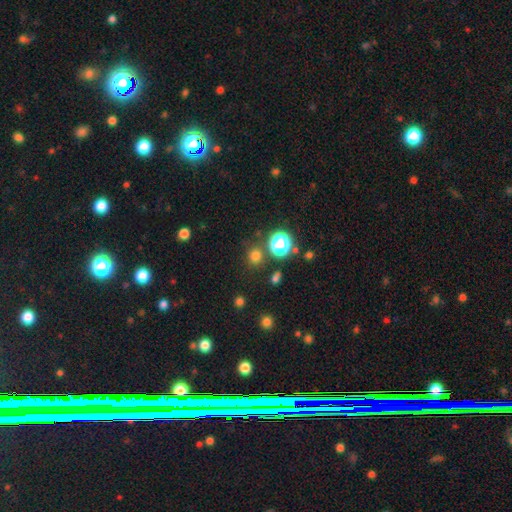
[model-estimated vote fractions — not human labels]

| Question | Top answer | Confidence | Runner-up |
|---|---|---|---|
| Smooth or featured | smooth | 71% | star or artifact (24%) |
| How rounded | round | 87% | in between (12%) |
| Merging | none | 82% | minor disturbance (9%) |